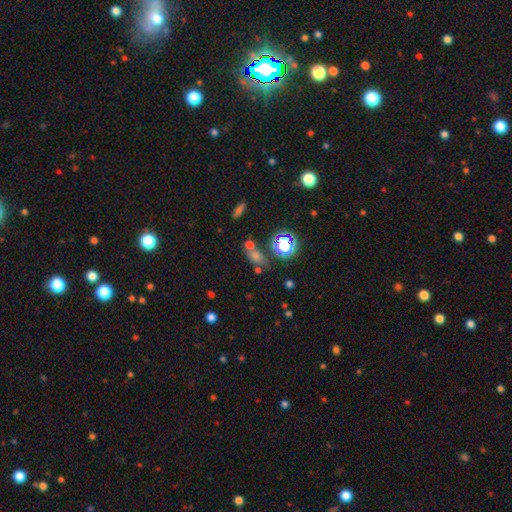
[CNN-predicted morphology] Smooth or featured? Predicted: star or artifact (p=0.46).